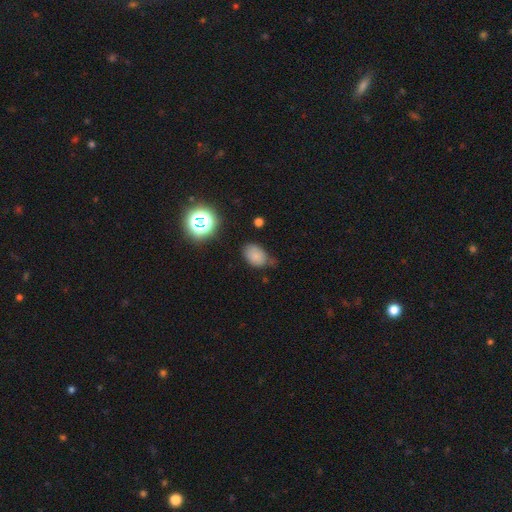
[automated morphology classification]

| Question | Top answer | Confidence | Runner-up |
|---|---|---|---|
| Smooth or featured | smooth | 77% | star or artifact (16%) |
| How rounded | in between | 81% | round (18%) |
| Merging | none | 59% | minor disturbance (30%) |